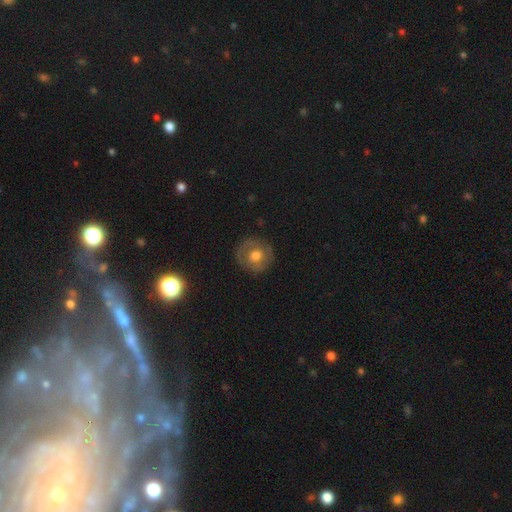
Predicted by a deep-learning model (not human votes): smooth 51%, featured or disk 42%, star or artifact 7%. Down the decision tree: how rounded — round (87%); merging — none (82%).